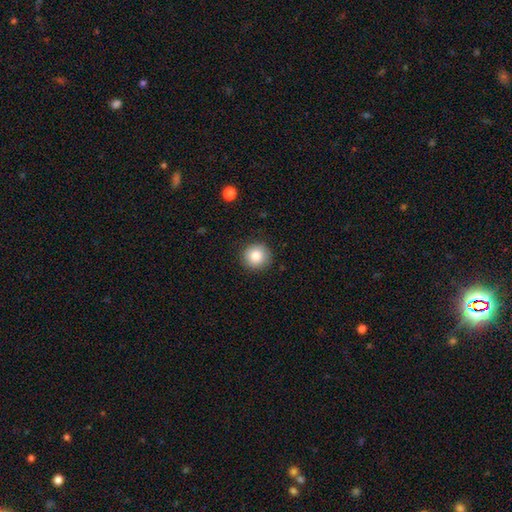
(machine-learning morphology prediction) Smooth or featured: smooth — 83% (star or artifact — 9%)
How rounded: round — 94% (in between — 5%)
Merging: none — 90% (minor disturbance — 7%)